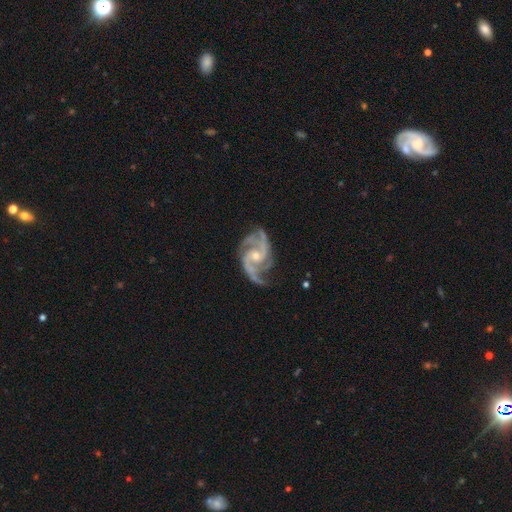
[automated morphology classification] Smooth or featured? featured or disk (93%)
Edge-on disk? no (98%)
Bar? no (51%)
Spiral arms? yes (99%)
Spiral winding? medium (58%)
Spiral arm count? 2 (44%)
Bulge size? small (51%)
Merging? none (70%)